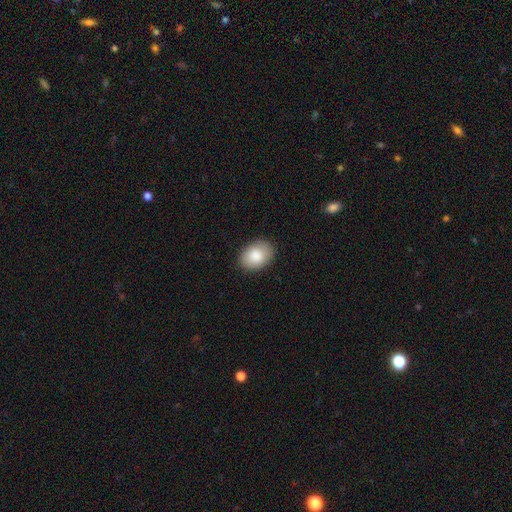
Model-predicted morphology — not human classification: type=smooth (86%); roundness=in between (81%); merging=none (86%).